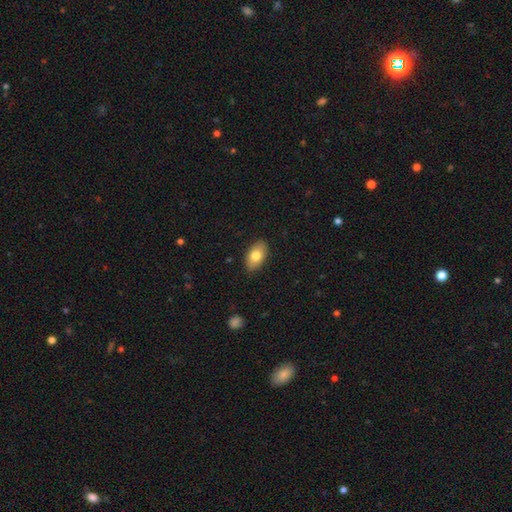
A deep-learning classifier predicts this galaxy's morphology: smooth-or-featured: smooth: 78% | featured or disk: 16% | star or artifact: 7%
  how-rounded: in between: 92% | round: 6% | cigar-shaped: 2%
  merging: none: 87% | minor disturbance: 10% | major disturbance: 2% | merger: 1%